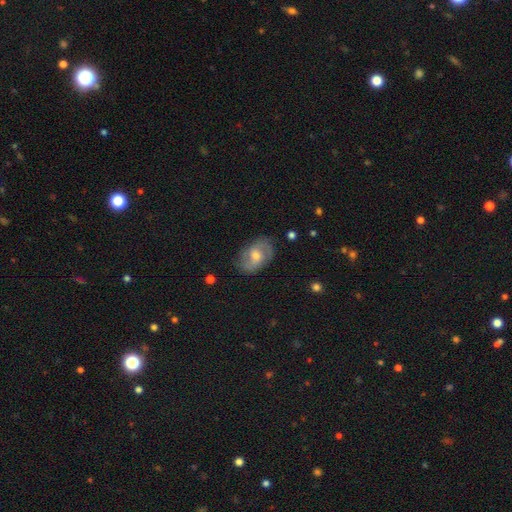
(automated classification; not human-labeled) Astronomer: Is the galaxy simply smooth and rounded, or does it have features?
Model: featured or disk — 62%.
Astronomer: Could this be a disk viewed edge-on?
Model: no — 95%.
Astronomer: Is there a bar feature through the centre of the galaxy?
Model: no — 50% (runner-up: weak, 42%).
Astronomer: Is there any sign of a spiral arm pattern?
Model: yes — 84%.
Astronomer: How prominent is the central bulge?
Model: moderate — 64%.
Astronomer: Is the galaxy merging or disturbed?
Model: none — 75%.